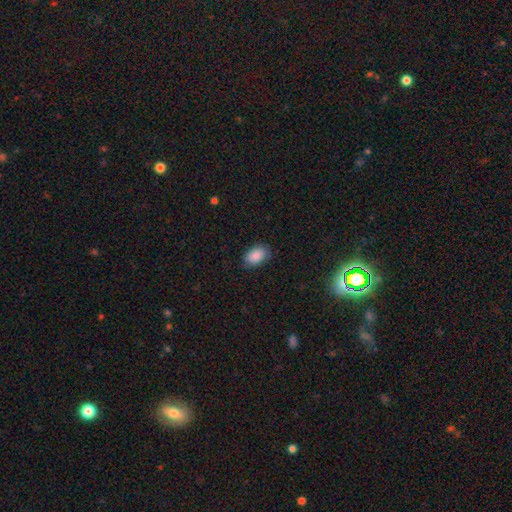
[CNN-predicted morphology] Smooth or featured: smooth — 87% (star or artifact — 7%)
How rounded: in between — 88% (round — 11%)
Merging: none — 80% (minor disturbance — 16%)